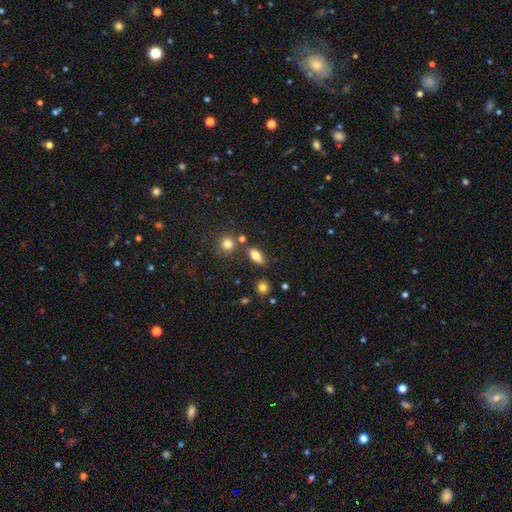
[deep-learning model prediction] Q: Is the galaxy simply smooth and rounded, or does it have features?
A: smooth — 76%.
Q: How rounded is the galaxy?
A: in between — 78%.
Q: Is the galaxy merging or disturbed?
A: none — 74%.